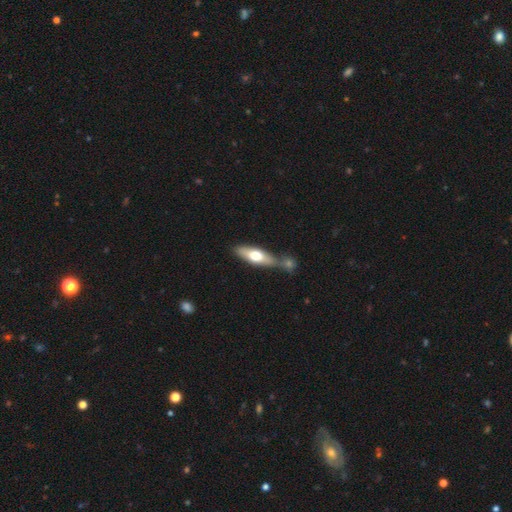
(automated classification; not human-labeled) Smooth or featured? smooth (57%)
How rounded? in between (50%)
Merging? none (48%)